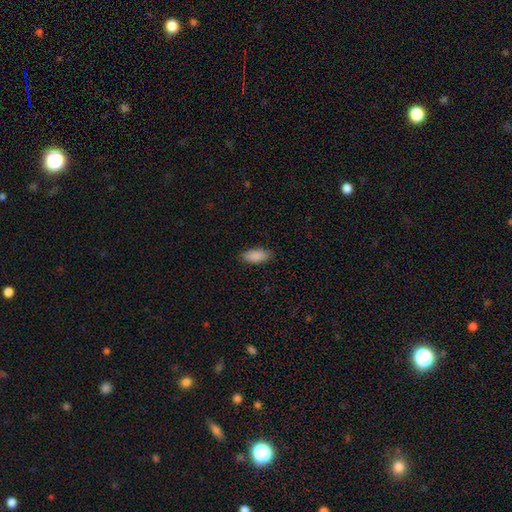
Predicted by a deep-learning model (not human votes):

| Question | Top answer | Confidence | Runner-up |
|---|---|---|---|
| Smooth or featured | smooth | 90% | star or artifact (6%) |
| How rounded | in between | 88% | cigar-shaped (10%) |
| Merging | none | 86% | minor disturbance (10%) |